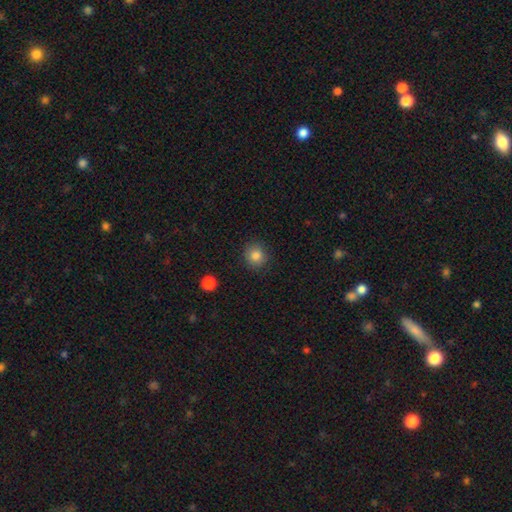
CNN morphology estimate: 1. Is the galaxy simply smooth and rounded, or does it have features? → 83% smooth, 11% star or artifact, 6% featured or disk.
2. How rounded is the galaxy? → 89% round, 11% in between, 1% cigar-shaped.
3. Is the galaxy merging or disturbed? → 89% none, 8% minor disturbance, 2% major disturbance, 1% merger.